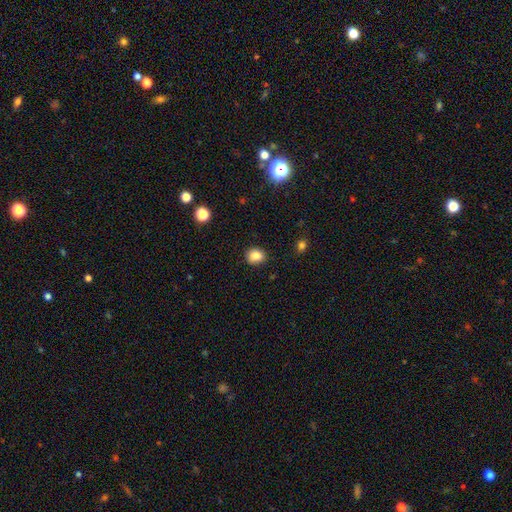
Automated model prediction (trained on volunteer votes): smooth_or_featured: smooth (p=0.85) [alt: star or artifact p=0.10]
how_rounded: round (p=0.67) [alt: in between p=0.32]
merging: none (p=0.85) [alt: minor disturbance p=0.11]